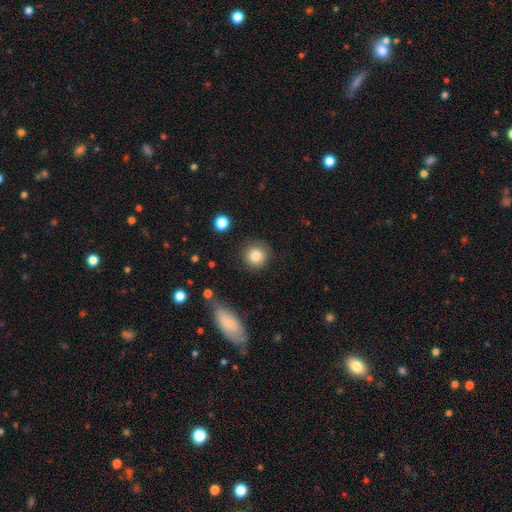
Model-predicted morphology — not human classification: type=smooth (84%); roundness=round (93%); merging=none (86%).